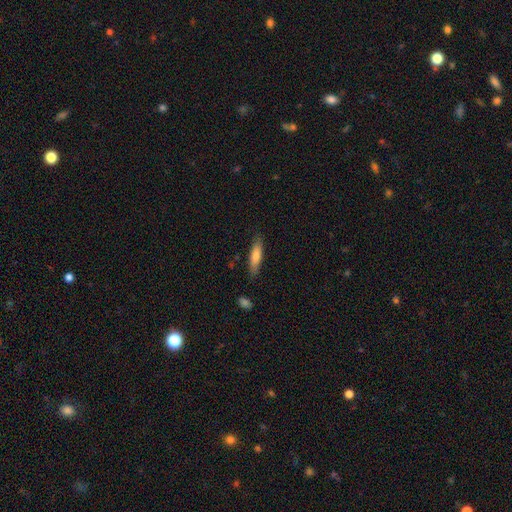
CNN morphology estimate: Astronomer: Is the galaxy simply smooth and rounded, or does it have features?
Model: smooth — 71%.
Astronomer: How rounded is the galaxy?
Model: cigar-shaped — 79%.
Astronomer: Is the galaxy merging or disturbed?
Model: none — 84%.